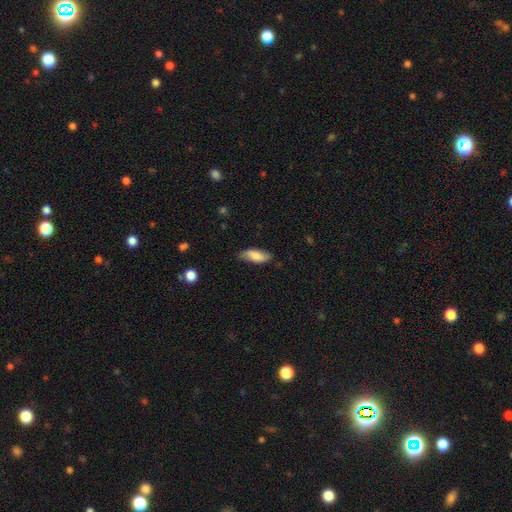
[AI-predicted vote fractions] A smooth galaxy with no disk features (78%) that is in between round and cigar-shaped (74%).

Vote fractions:
- Smooth or featured? smooth: 78% / featured or disk: 16% / star or artifact: 6%
- How rounded? in between: 74% / cigar-shaped: 23% / round: 2%
- Merging? none: 75% / minor disturbance: 20% / major disturbance: 3% / merger: 1%